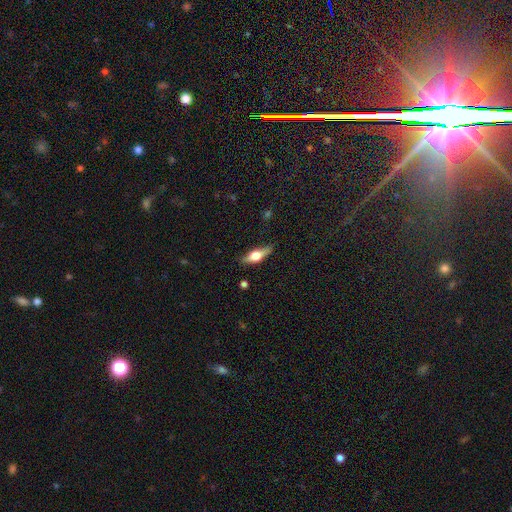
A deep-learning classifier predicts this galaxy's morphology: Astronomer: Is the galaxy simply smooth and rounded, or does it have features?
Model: featured or disk — 48% (runner-up: smooth, 45%).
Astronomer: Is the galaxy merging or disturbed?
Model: none — 80%.